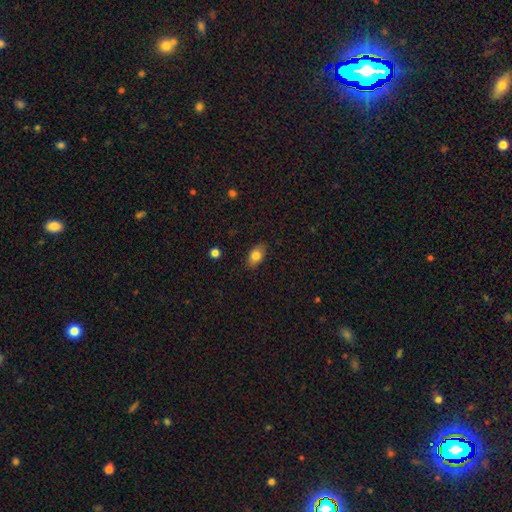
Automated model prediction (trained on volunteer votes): This is clearly a smooth galaxy (81%). How rounded: clearly in between (87%). Merging: clearly none (86%).